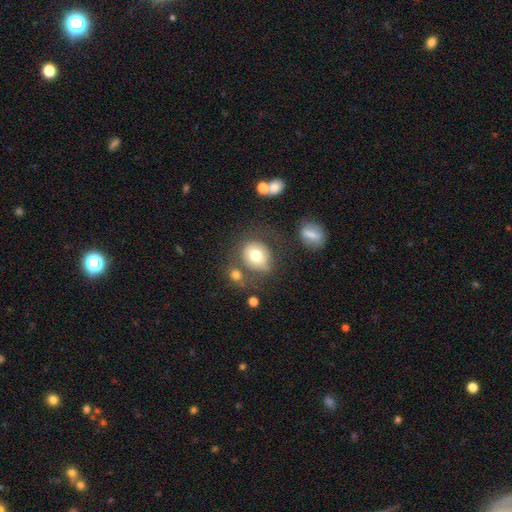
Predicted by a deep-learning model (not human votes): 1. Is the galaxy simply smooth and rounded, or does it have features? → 72% smooth, 19% featured or disk, 9% star or artifact.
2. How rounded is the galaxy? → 74% round, 25% in between, 1% cigar-shaped.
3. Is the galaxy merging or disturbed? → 59% none, 18% minor disturbance, 13% merger, 10% major disturbance.